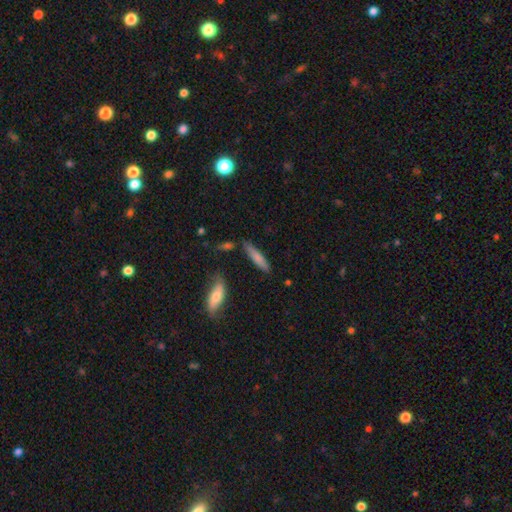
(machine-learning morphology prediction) This appears to be a smooth galaxy with no disk features (73%) that is cigar-shaped (83%). Merging: none (81%).